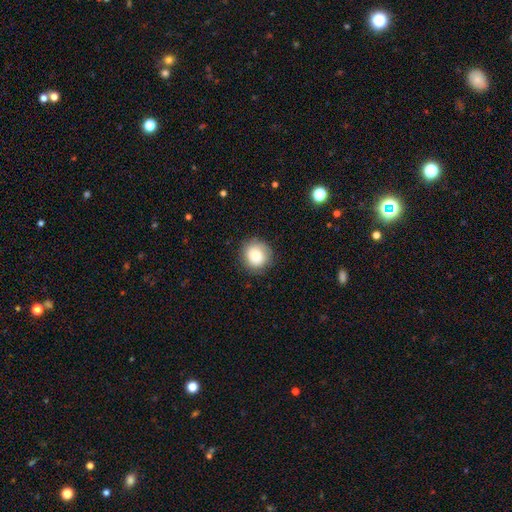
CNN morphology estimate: This is likely a smooth galaxy (79%). How rounded: clearly round (87%). Merging: clearly none (83%).